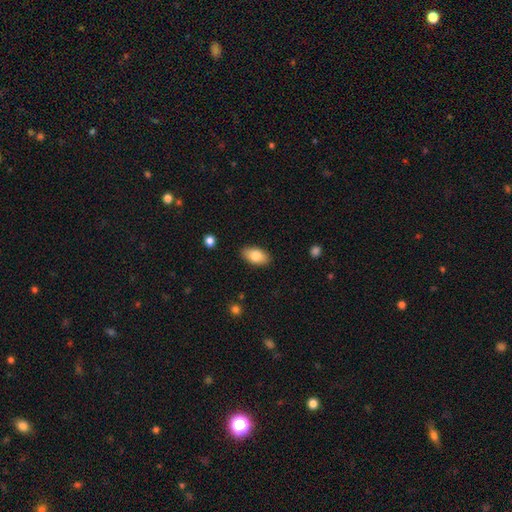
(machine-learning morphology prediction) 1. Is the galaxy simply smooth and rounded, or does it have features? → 81% smooth, 13% featured or disk, 7% star or artifact.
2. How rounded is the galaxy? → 93% in between, 4% round, 3% cigar-shaped.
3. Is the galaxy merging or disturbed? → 87% none, 10% minor disturbance, 2% major disturbance, 1% merger.